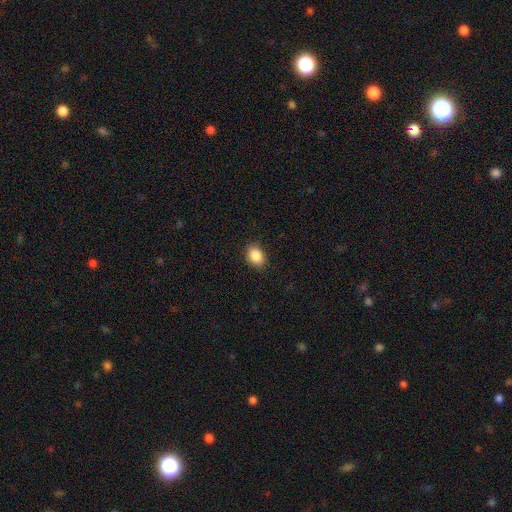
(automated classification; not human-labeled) Q: Smooth or featured?
A: smooth (88%); runner-up: star or artifact (8%)
Q: How rounded?
A: in between (79%); runner-up: round (20%)
Q: Merging?
A: none (88%); runner-up: minor disturbance (9%)